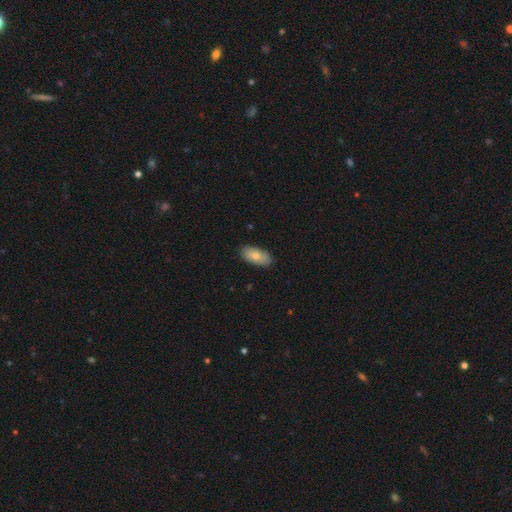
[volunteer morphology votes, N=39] Overall: smooth (77%). How rounded: in between (97%). Merging: none (92%).